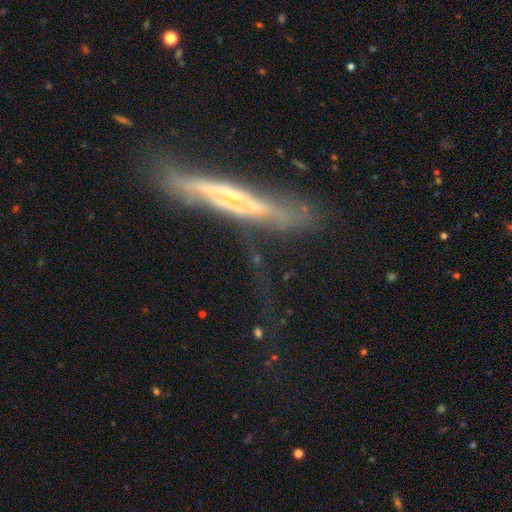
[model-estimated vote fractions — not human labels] This appears to be a featured or disk galaxy (72%) viewed edge-on (79%) with no central bulge (54%). Merging: none (51%).